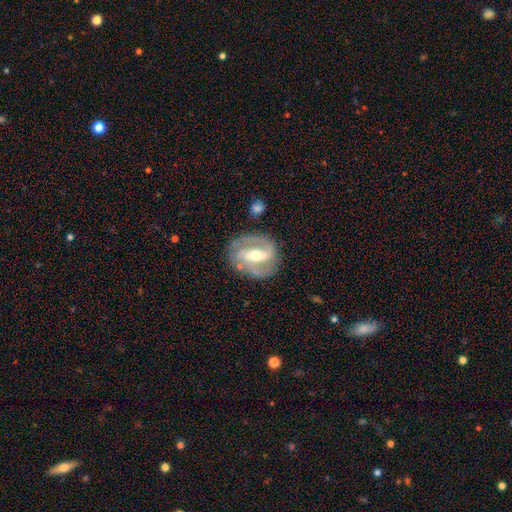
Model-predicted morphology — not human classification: featured or disk 86%, smooth 10%, star or artifact 5%. Down the decision tree: edge-on disk — no (95%); bar — strong (67%); spiral arms — yes (87%); spiral arm count — 2 (86%); spiral winding — medium (44%); bulge size — moderate (60%); merging — none (81%).